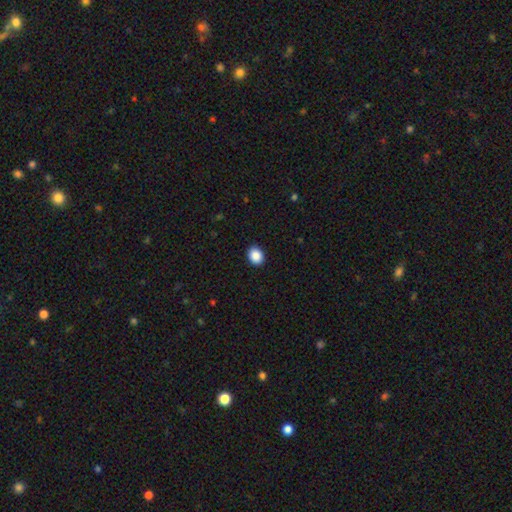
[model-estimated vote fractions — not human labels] smooth_or_featured: smooth (p=0.89) [alt: star or artifact p=0.08]
how_rounded: round (p=0.57) [alt: in between p=0.43]
merging: none (p=0.91) [alt: minor disturbance p=0.07]